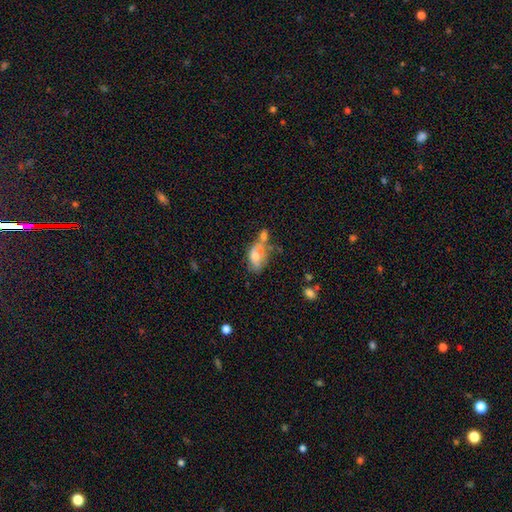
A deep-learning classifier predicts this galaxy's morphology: This appears to be a smooth galaxy with no disk features (64%) that is in between round and cigar-shaped (90%). Merging: merger (34%).